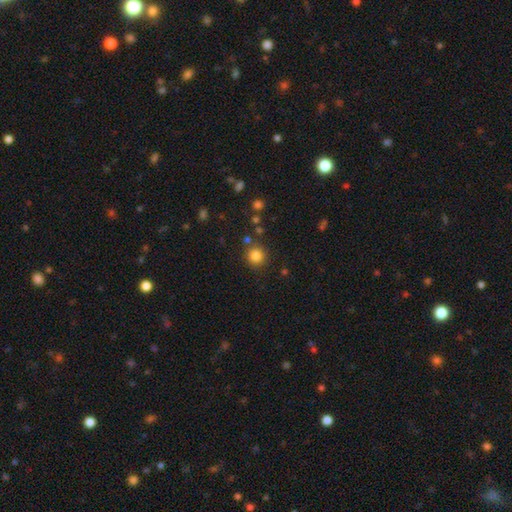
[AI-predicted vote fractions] Morphology: type=smooth (83%); roundness=round (93%); merging=none (85%).